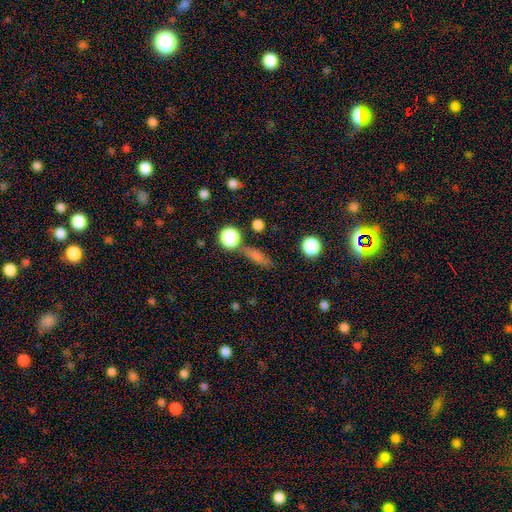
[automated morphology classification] smooth_or_featured: smooth (p=0.62) [alt: star or artifact p=0.21]
how_rounded: cigar-shaped (p=0.51) [alt: in between p=0.31]
merging: none (p=0.76) [alt: minor disturbance p=0.12]